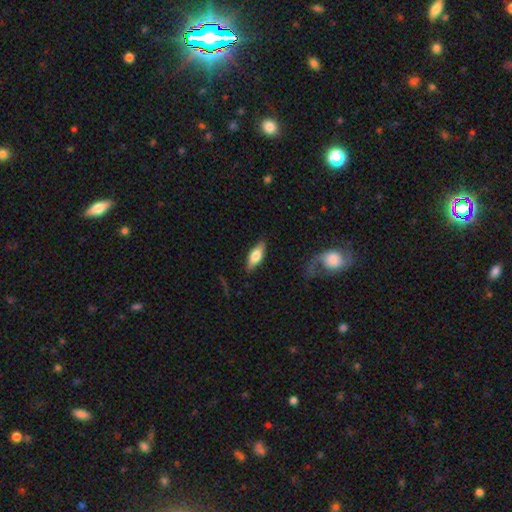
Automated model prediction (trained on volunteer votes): smooth 61%, featured or disk 33%, star or artifact 6%. Down the decision tree: how rounded — in between (66%); merging — none (83%).